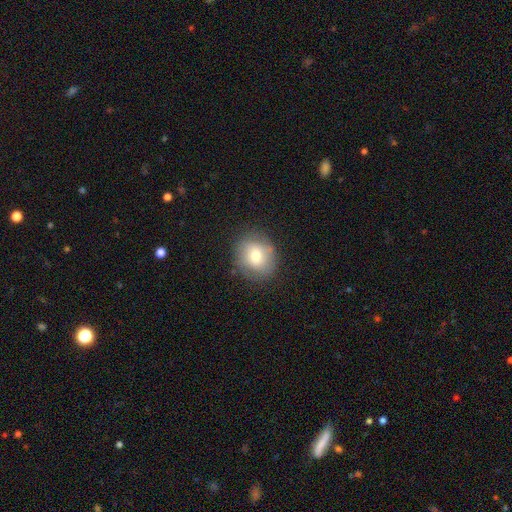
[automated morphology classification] smooth_or_featured: smooth (p=0.69) [alt: featured or disk p=0.22]
how_rounded: round (p=0.79) [alt: in between p=0.20]
merging: none (p=0.81) [alt: minor disturbance p=0.13]